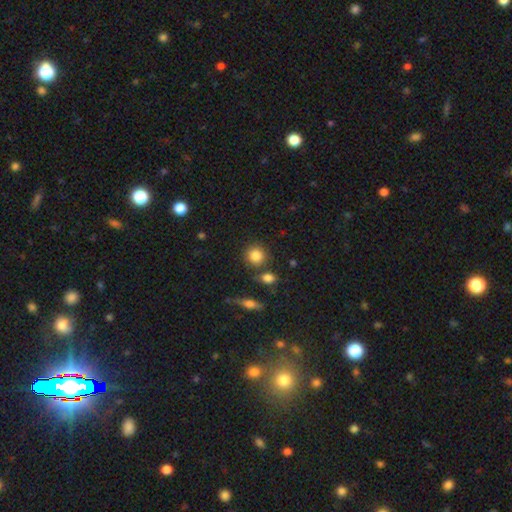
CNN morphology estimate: A smooth galaxy with no disk features (84%) that is round (86%). Merging: none (74%).